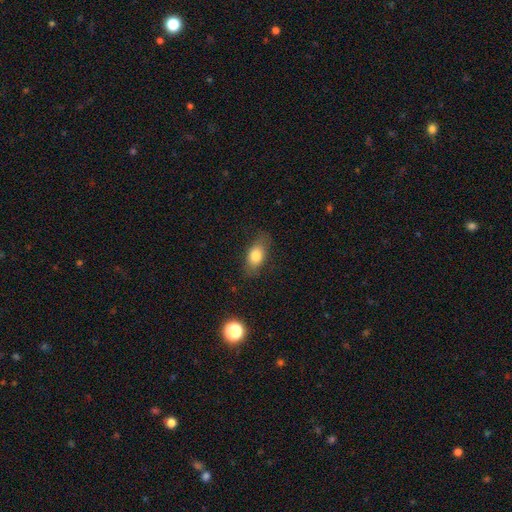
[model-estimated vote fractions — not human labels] Smooth or featured?
  - smooth: 78% *
  - featured or disk: 14%
  - star or artifact: 8%
How rounded?
  - in between: 83% *
  - round: 11%
  - cigar-shaped: 6%
Merging?
  - none: 75% *
  - minor disturbance: 18%
  - major disturbance: 6%
  - merger: 1%